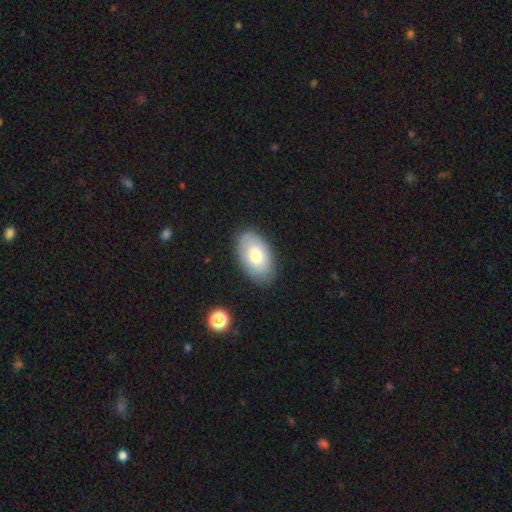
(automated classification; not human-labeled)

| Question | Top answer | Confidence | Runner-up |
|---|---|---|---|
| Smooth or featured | smooth | 74% | featured or disk (19%) |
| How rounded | in between | 93% | round (5%) |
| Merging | none | 86% | minor disturbance (10%) |